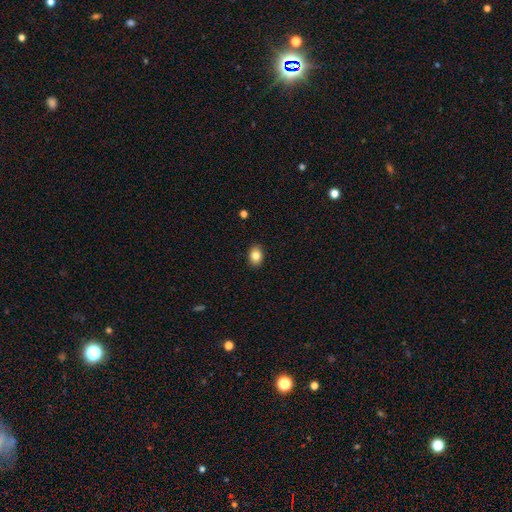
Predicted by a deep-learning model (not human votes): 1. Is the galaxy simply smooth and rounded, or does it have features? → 84% smooth, 9% star or artifact, 7% featured or disk.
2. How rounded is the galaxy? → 69% in between, 30% round, 1% cigar-shaped.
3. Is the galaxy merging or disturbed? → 90% none, 8% minor disturbance, 2% major disturbance, 1% merger.